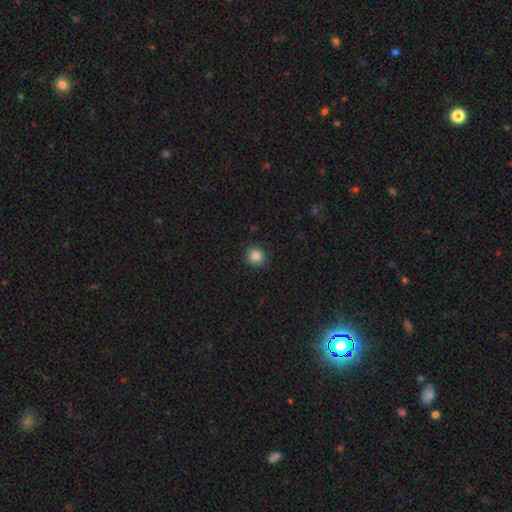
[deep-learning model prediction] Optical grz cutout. It shows a smooth galaxy with no disk features (86%) that is round (91%). Merging: none (91%).